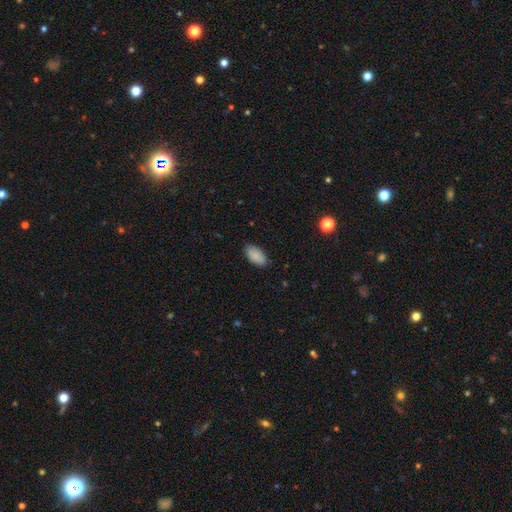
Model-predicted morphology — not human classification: This is clearly a smooth galaxy (88%). How rounded: clearly in between (94%). Merging: clearly none (85%).